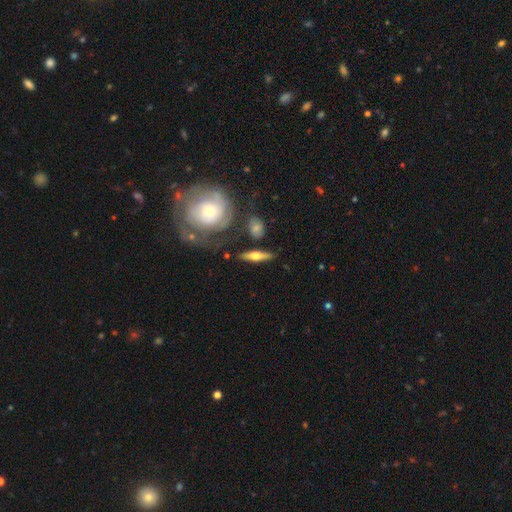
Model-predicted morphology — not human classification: smooth_or_featured: featured or disk (p=0.60) [alt: smooth p=0.34]
disk_edge_on: yes (p=0.88) [alt: no p=0.12]
edge_on_bulge: rounded (p=0.93) [alt: boxy p=0.04]
merging: none (p=0.78) [alt: minor disturbance p=0.13]